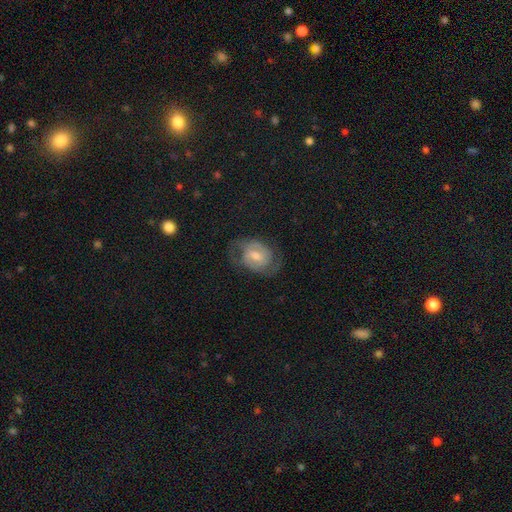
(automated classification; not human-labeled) featured or disk 71%, smooth 20%, star or artifact 9%. Down the decision tree: edge-on disk — no (97%); bar — weak (50%); spiral arms — yes (89%); spiral arm count — 2 (79%); spiral winding — medium (45%); bulge size — moderate (55%); merging — none (68%).